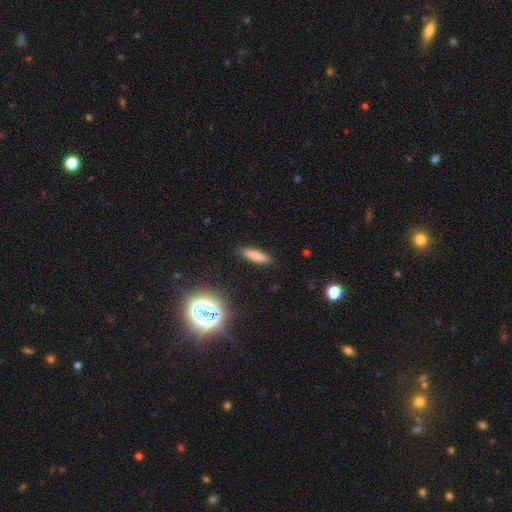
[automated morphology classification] smooth 79%, featured or disk 11%, star or artifact 11%. Down the decision tree: how rounded — cigar-shaped (72%); merging — none (89%).